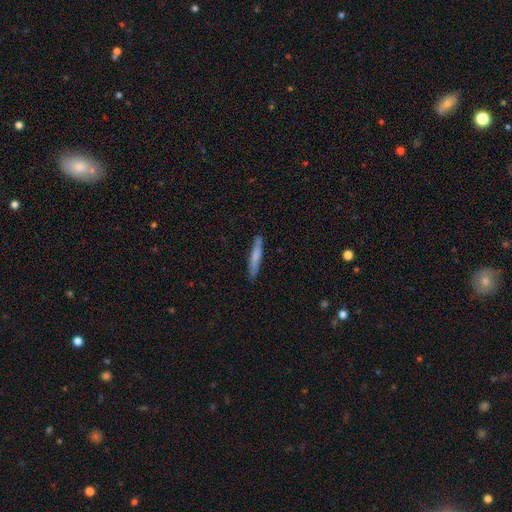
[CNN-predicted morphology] Smooth or featured?
  - smooth: 66% *
  - featured or disk: 28%
  - star or artifact: 6%
How rounded?
  - cigar-shaped: 94% *
  - in between: 5%
  - round: 1%
Merging?
  - none: 86% *
  - minor disturbance: 11%
  - major disturbance: 2%
  - merger: 1%